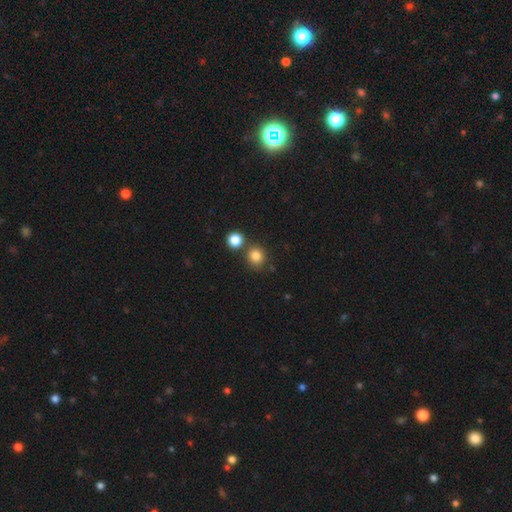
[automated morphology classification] This is clearly a smooth galaxy (83%). How rounded: clearly round (86%). Merging: likely none (73%).